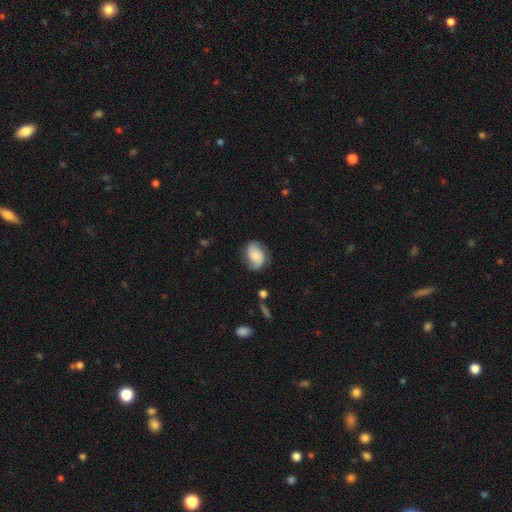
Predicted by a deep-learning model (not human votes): The model was most divided on "smooth or featured": smooth: 52%, featured or disk: 39%, star or artifact: 8%. More confident: merging — none (69%); how rounded — in between (69%).